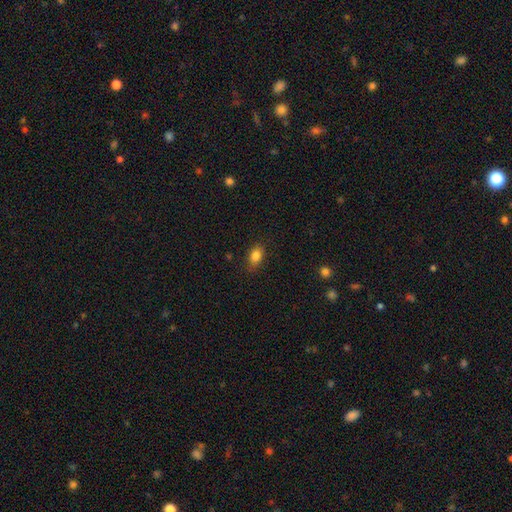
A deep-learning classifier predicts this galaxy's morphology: A smooth galaxy with no disk features (85%) that is in between round and cigar-shaped (82%). Merging: none (82%).